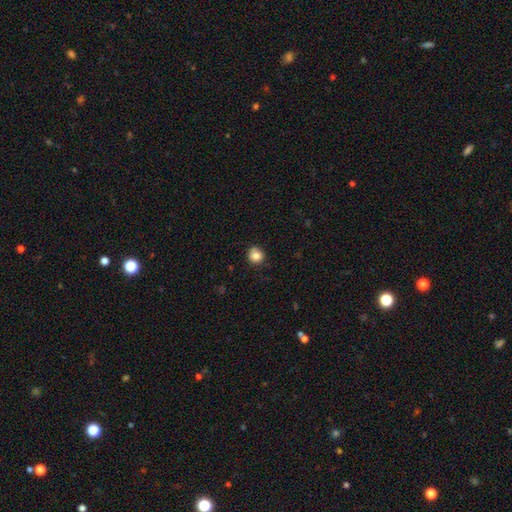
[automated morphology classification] Smooth or featured: smooth — 83% (star or artifact — 11%)
How rounded: round — 87% (in between — 12%)
Merging: none — 80% (minor disturbance — 16%)